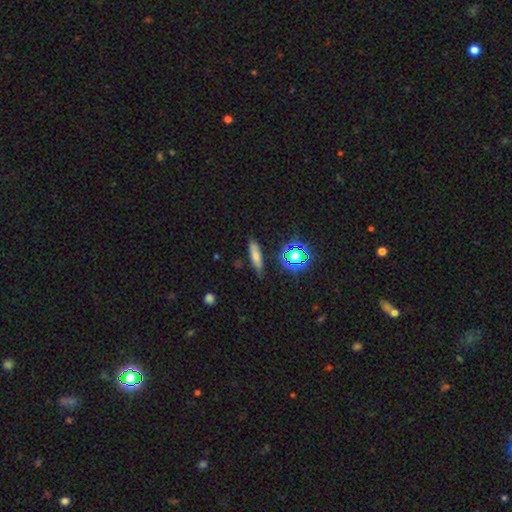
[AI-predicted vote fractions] Overall: smooth (69%). How rounded: cigar-shaped (64%; in between 31%). Merging: none (81%).